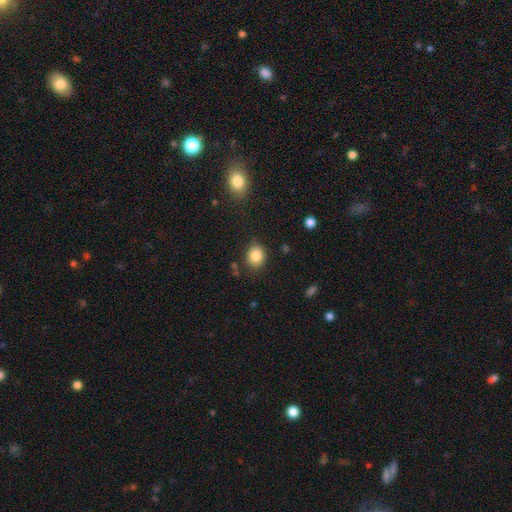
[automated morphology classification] smooth_or_featured: smooth (p=0.85) [alt: star or artifact p=0.10]
how_rounded: round (p=0.52) [alt: in between p=0.47]
merging: none (p=0.80) [alt: minor disturbance p=0.14]